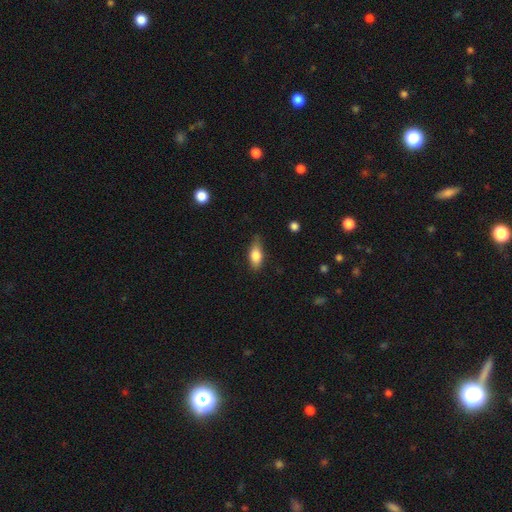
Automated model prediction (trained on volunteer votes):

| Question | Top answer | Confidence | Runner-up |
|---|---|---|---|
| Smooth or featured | smooth | 77% | featured or disk (16%) |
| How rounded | in between | 78% | cigar-shaped (17%) |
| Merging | none | 67% | minor disturbance (26%) |